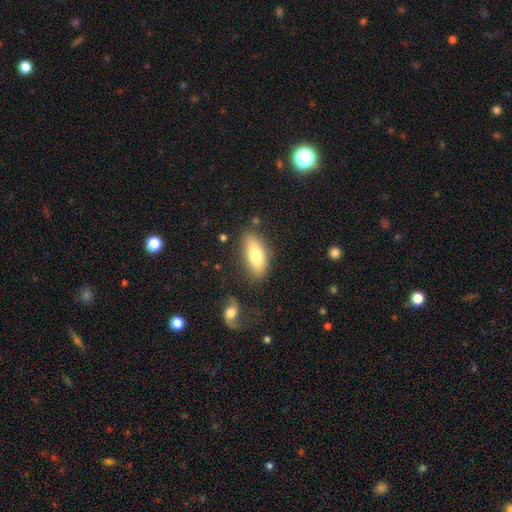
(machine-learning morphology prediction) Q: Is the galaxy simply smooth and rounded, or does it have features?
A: smooth — 76%.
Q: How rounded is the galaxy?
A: in between — 79%.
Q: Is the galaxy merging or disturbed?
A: none — 79%.